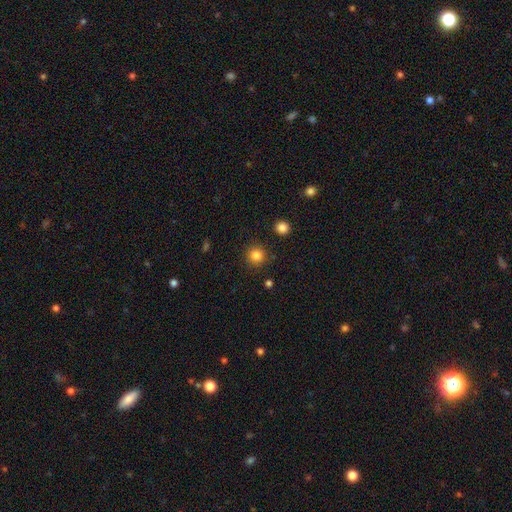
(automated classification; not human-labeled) This appears to be a smooth galaxy with no disk features (84%) that is round (94%). Merging: none (89%).